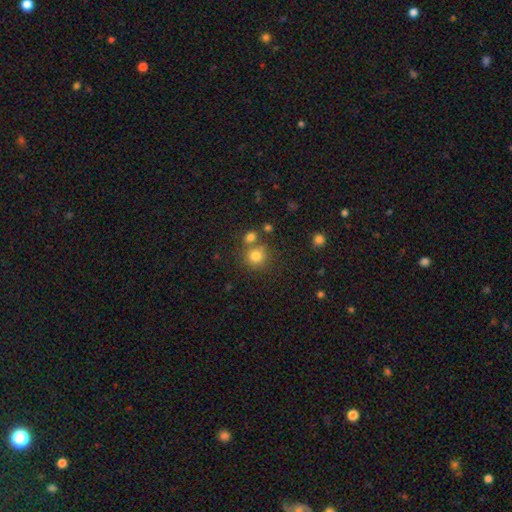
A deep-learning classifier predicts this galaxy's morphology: Overall: smooth (79%). How rounded: round (90%). Merging: none (67%).